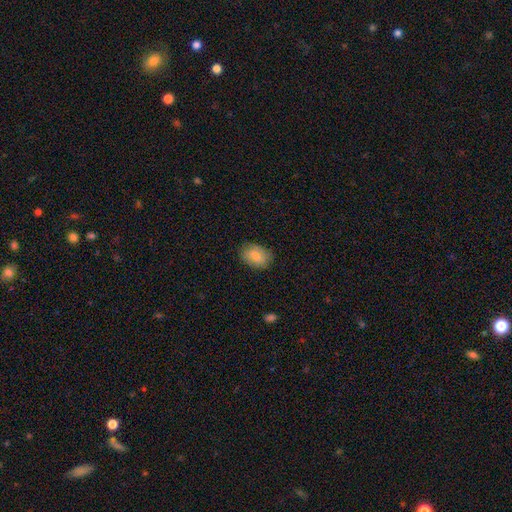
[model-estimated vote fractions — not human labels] This appears to be a smooth galaxy with no disk features (73%) that is in between round and cigar-shaped (74%). Merging: none (82%).